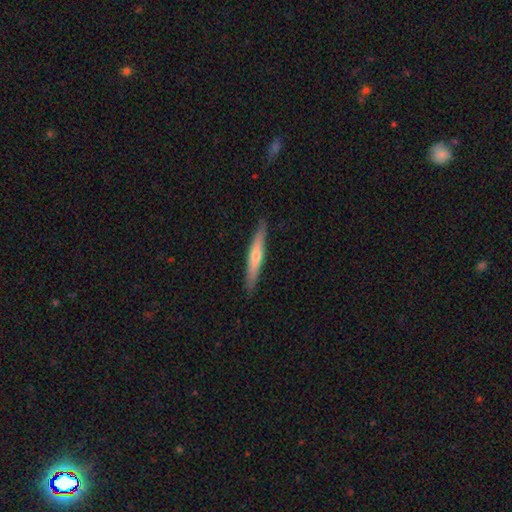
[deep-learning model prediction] smooth_or_featured: featured or disk (p=0.52) [alt: smooth p=0.42]
disk_edge_on: yes (p=0.96) [alt: no p=0.04]
edge_on_bulge: rounded (p=0.70) [alt: none p=0.24]
merging: none (p=0.90) [alt: minor disturbance p=0.07]